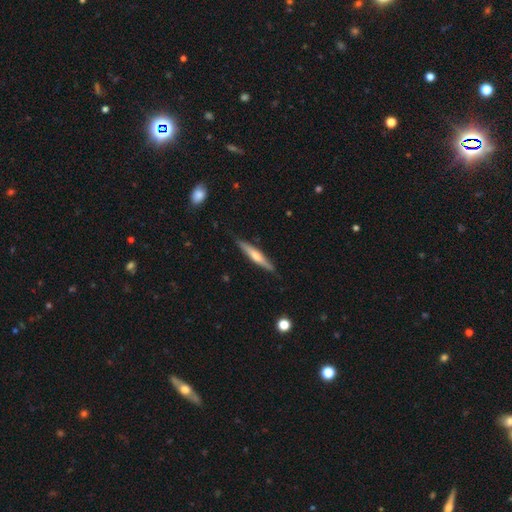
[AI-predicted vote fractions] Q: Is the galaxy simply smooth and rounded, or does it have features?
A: featured or disk — 59%.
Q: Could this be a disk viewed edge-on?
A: yes — 96%.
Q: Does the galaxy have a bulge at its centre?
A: rounded — 82%.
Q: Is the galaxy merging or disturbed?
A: none — 88%.